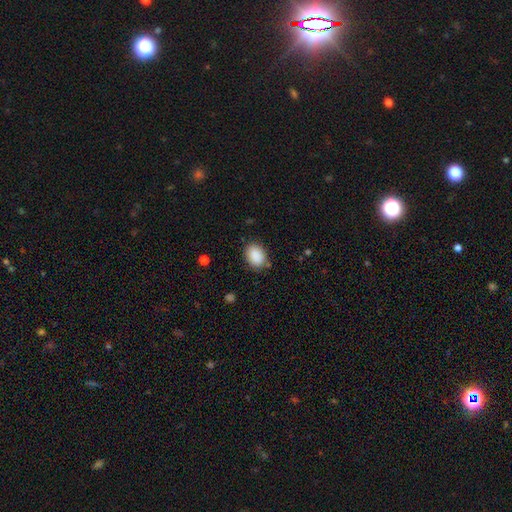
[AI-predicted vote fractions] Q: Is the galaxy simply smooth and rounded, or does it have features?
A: smooth — 89%.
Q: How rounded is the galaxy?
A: in between — 72%.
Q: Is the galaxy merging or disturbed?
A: none — 82%.